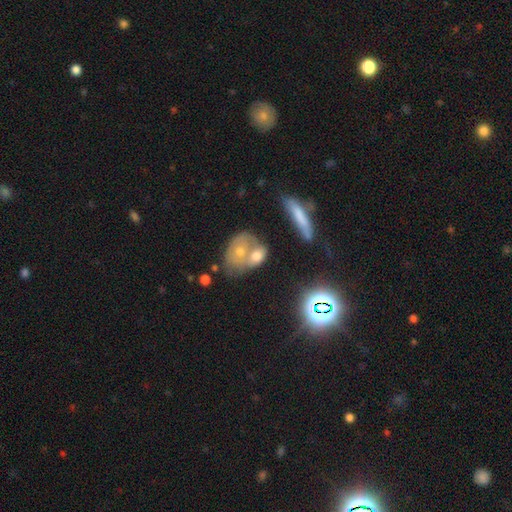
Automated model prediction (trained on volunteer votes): A smooth galaxy with no disk features (51%) that is in between round and cigar-shaped (62%). Merging: merger (64%).